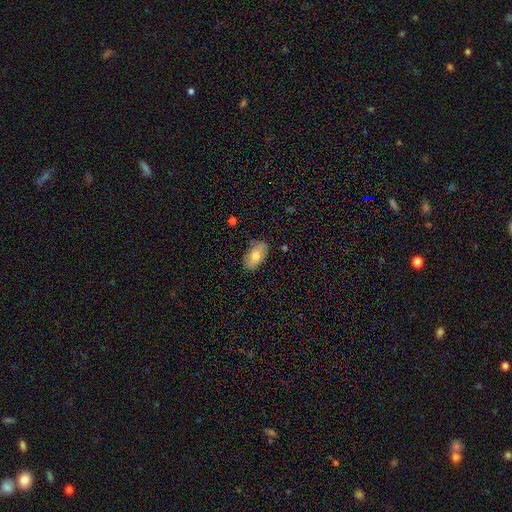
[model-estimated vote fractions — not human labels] smooth-or-featured: smooth: 73% | featured or disk: 20% | star or artifact: 7%
  how-rounded: in between: 93% | round: 4% | cigar-shaped: 2%
  merging: none: 82% | minor disturbance: 14% | major disturbance: 3% | merger: 1%